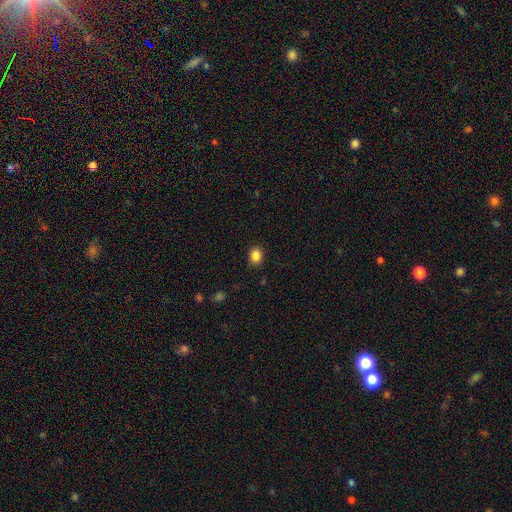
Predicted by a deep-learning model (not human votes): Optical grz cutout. It shows a smooth galaxy with no disk features (86%) that is round (56%). Merging: none (88%).